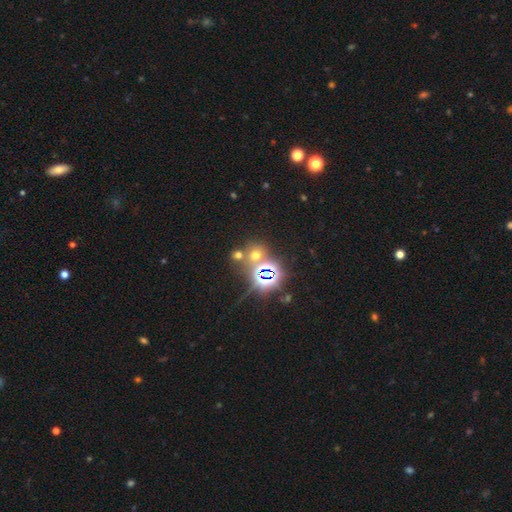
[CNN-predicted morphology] This is possibly a star or artifact rather than a galaxy (49%).